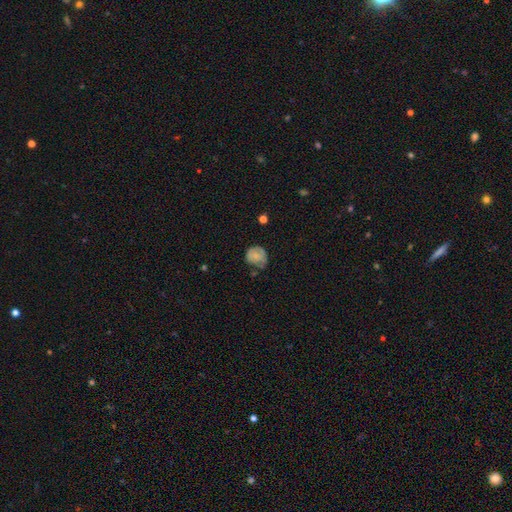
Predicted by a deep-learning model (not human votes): Q: Smooth or featured?
A: smooth (64%); runner-up: featured or disk (28%)
Q: How rounded?
A: round (76%); runner-up: in between (23%)
Q: Merging?
A: none (48%); runner-up: minor disturbance (34%)